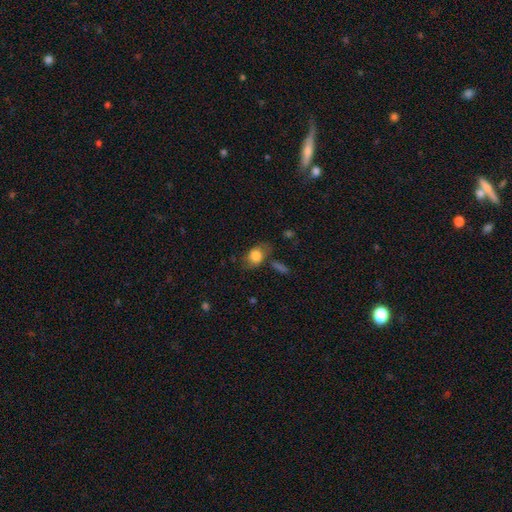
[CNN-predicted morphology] Overall: smooth (80%). How rounded: in between (70%). Merging: none (60%; minor disturbance 23%).